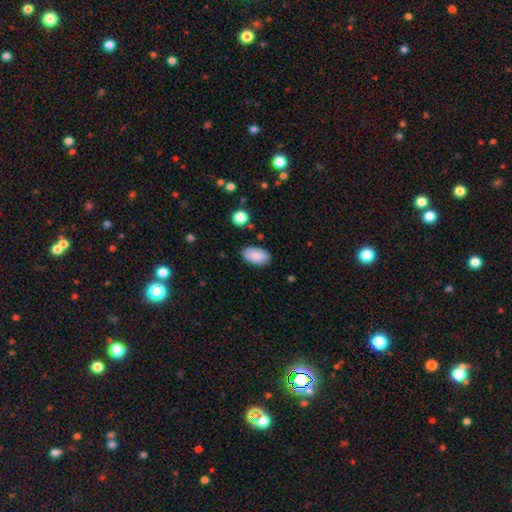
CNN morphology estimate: smooth-or-featured: smooth: 87% | star or artifact: 7% | featured or disk: 6%
  how-rounded: in between: 95% | round: 4% | cigar-shaped: 2%
  merging: none: 85% | minor disturbance: 11% | major disturbance: 2% | merger: 2%